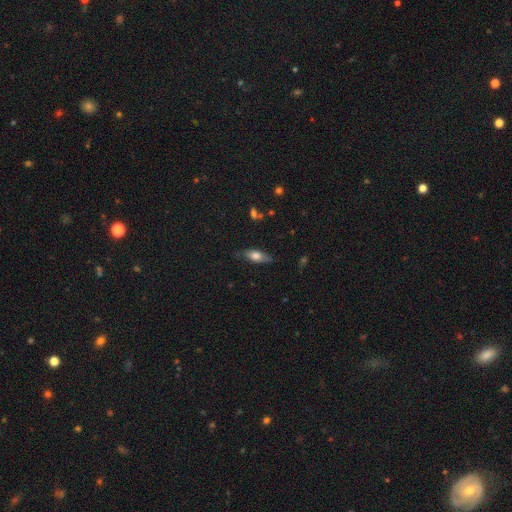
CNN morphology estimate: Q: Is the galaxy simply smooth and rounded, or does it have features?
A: smooth — 65%.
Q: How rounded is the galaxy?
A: in between — 71%.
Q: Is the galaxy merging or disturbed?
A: none — 73%.